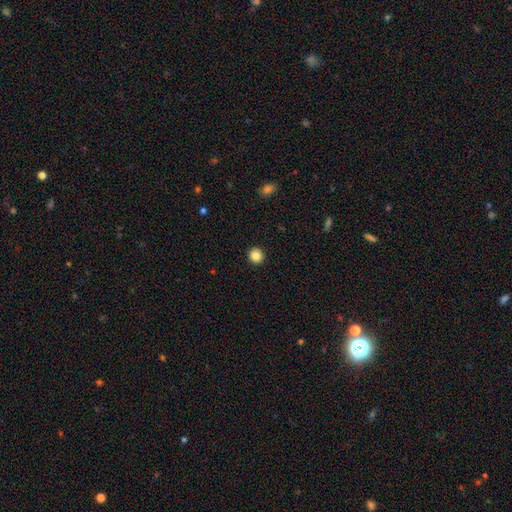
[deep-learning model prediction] smooth-or-featured: smooth: 86% | star or artifact: 10% | featured or disk: 4%
  how-rounded: round: 92% | in between: 7% | cigar-shaped: 1%
  merging: none: 93% | minor disturbance: 5% | major disturbance: 2% | merger: 1%